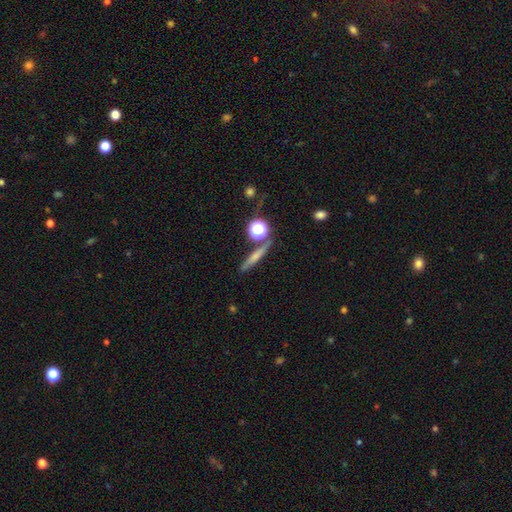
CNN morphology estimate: The model was most divided on "smooth or featured": smooth: 53%, featured or disk: 34%, star or artifact: 13%. More confident: merging — none (79%); how rounded — cigar-shaped (75%).